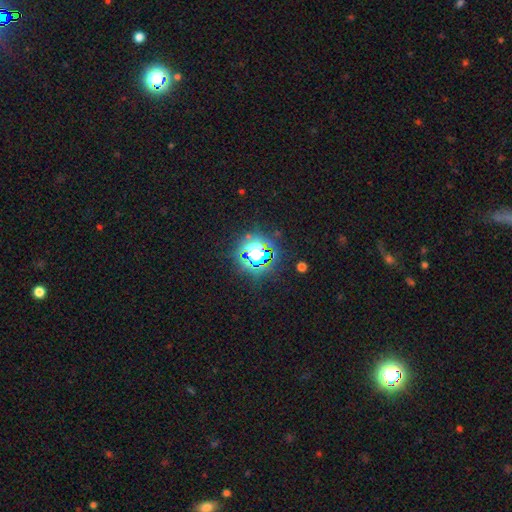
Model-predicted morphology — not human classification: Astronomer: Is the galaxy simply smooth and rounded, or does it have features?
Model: star or artifact — 64%.